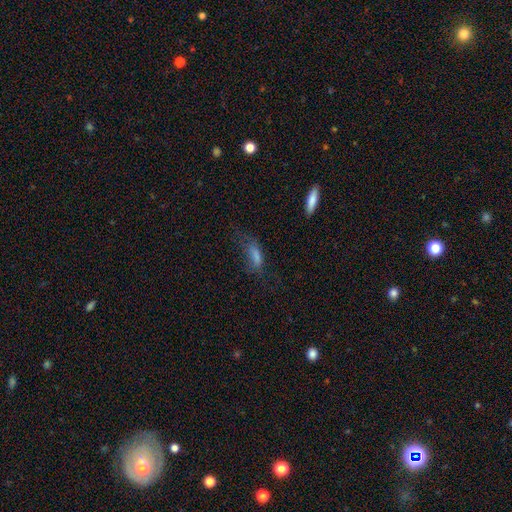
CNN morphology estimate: This is likely a smooth galaxy (65%). How rounded: possibly in between (55%). Merging: marginally none (40%).